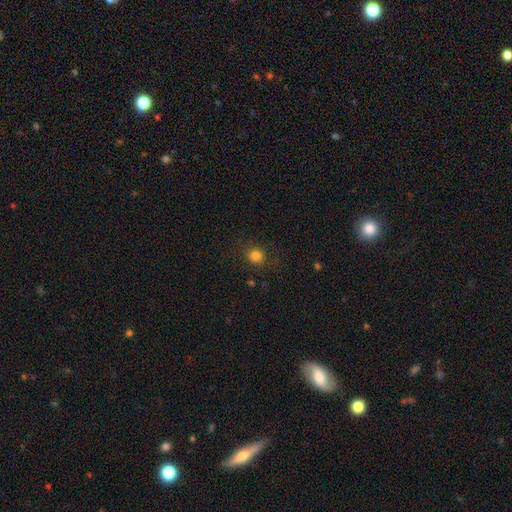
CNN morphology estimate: Smooth or featured? Predicted: smooth (p=0.82). How rounded? Predicted: round (p=0.84). Merging? Predicted: none (p=0.84).